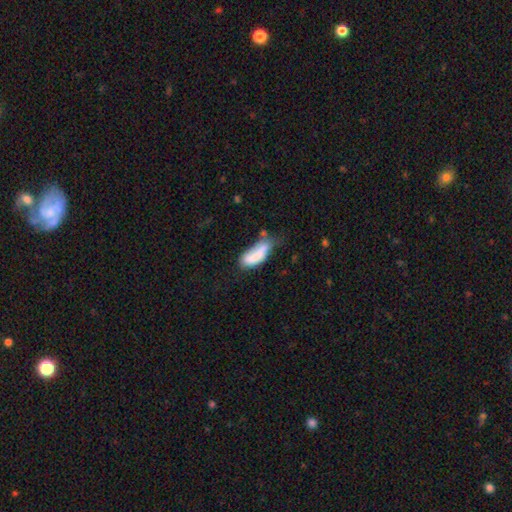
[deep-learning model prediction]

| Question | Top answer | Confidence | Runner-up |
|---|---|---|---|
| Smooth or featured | smooth | 72% | featured or disk (21%) |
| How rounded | in between | 69% | cigar-shaped (29%) |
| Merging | minor disturbance | 35% | none (29%) |